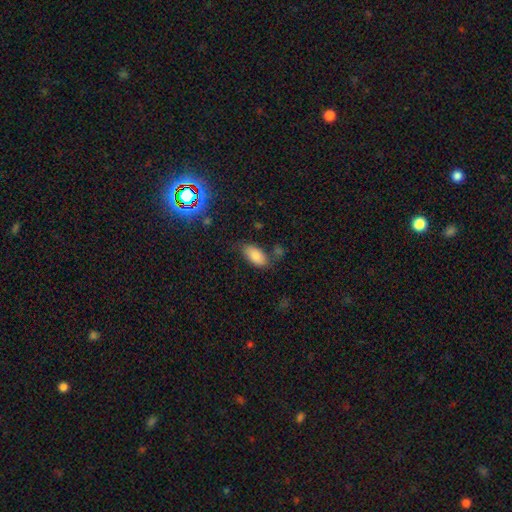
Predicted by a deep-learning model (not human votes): smooth-or-featured: smooth: 84% | star or artifact: 8% | featured or disk: 8%
  how-rounded: in between: 93% | cigar-shaped: 4% | round: 3%
  merging: none: 64% | minor disturbance: 22% | merger: 7% | major disturbance: 6%